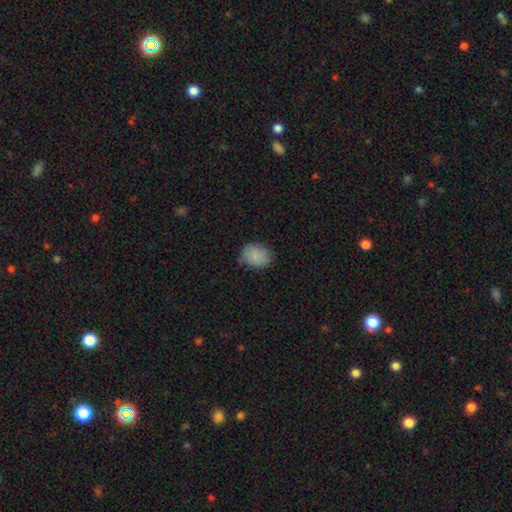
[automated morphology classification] A smooth galaxy with no disk features (84%) that is round (50%). Merging: none (72%).